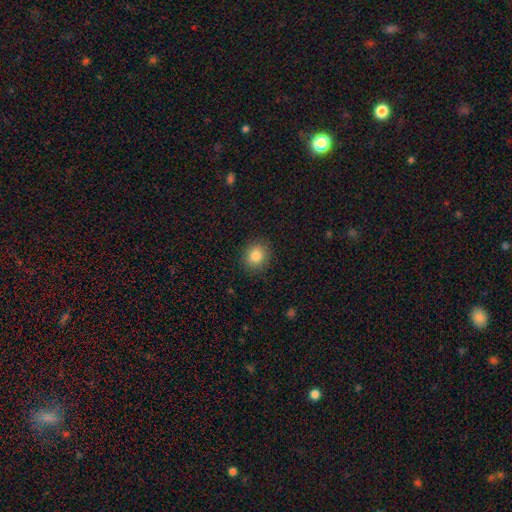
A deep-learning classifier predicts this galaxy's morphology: smooth 83%, star or artifact 10%, featured or disk 6%. Down the decision tree: how rounded — round (76%); merging — none (89%).